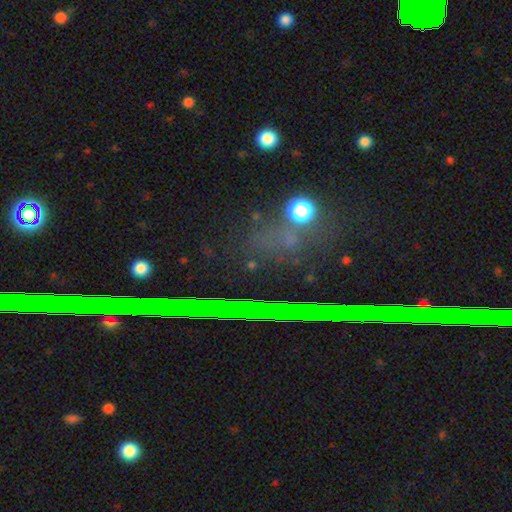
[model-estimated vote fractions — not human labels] A star or artifact, not a galaxy (62%).